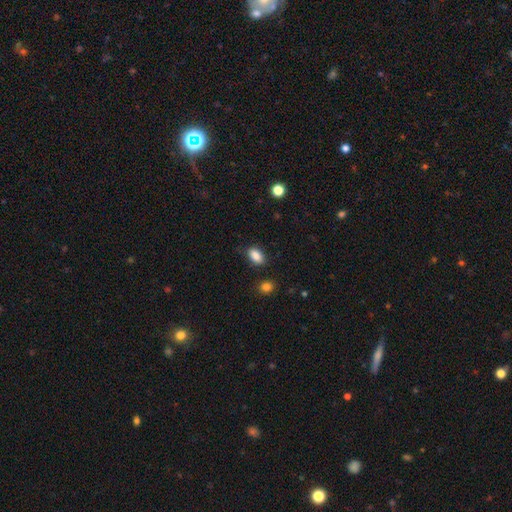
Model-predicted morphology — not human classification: smooth_or_featured: smooth (p=0.88) [alt: star or artifact p=0.08]
how_rounded: in between (p=0.89) [alt: round p=0.08]
merging: none (p=0.82) [alt: minor disturbance p=0.13]